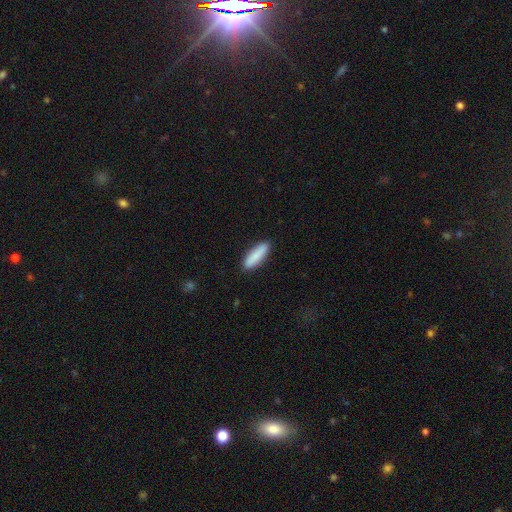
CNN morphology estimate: A smooth galaxy with no disk features (87%) that is cigar-shaped (65%). Merging: none (89%).